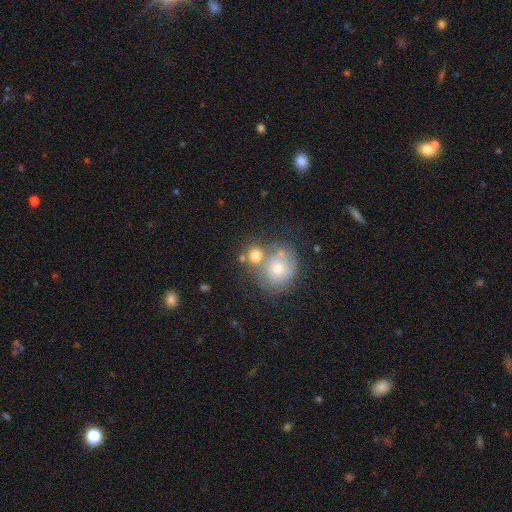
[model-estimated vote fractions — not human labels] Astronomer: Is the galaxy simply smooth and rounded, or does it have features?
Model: smooth — 65%.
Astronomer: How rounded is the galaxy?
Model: round — 77%.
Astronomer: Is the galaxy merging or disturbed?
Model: merger — 41% (runner-up: none, 40%).